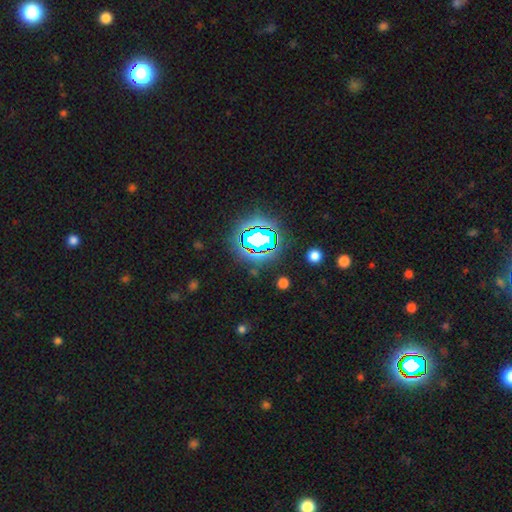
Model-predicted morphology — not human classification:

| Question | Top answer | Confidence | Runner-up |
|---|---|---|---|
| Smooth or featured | star or artifact | 80% | smooth (13%) |